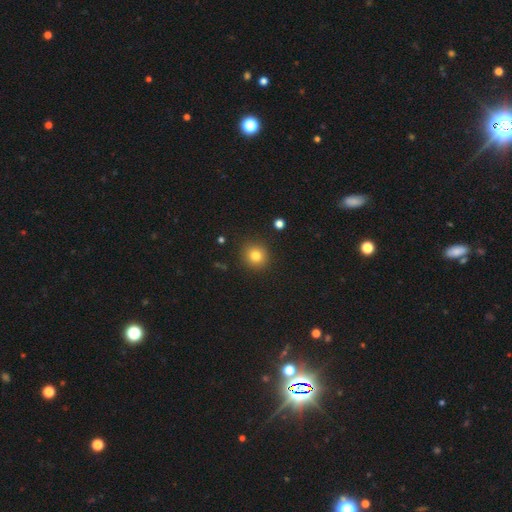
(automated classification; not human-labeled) A smooth galaxy with no disk features (81%) that is round (91%). Merging: none (90%).